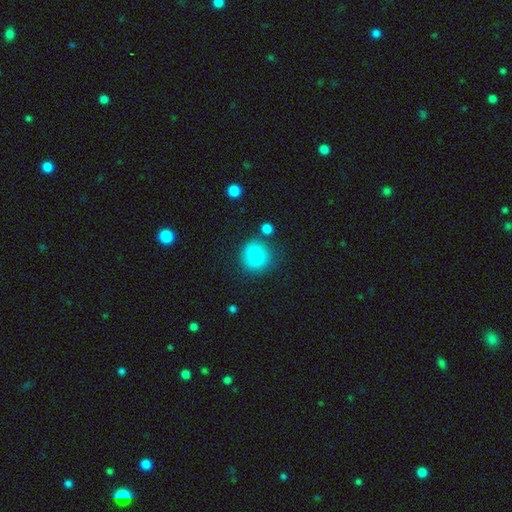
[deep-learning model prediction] Smooth or featured? Predicted: smooth (p=0.86). How rounded? Predicted: round (p=0.87). Merging? Predicted: none (p=0.73).